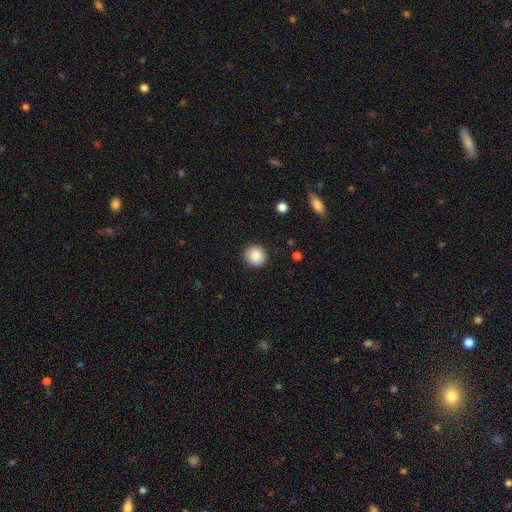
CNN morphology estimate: smooth-or-featured: smooth: 86% | star or artifact: 9% | featured or disk: 5%
  how-rounded: round: 92% | in between: 7% | cigar-shaped: 1%
  merging: none: 91% | minor disturbance: 6% | major disturbance: 2% | merger: 1%